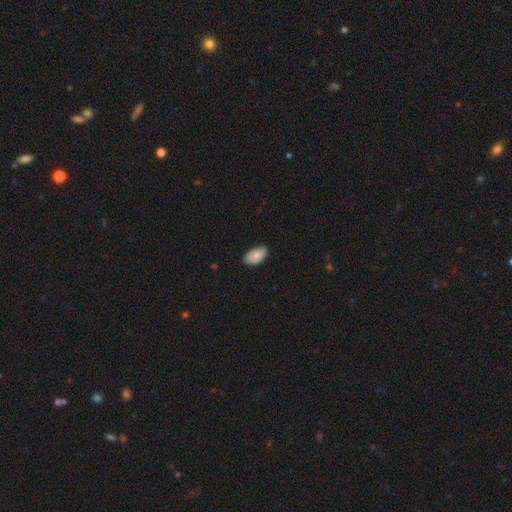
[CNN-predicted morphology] smooth 88%, star or artifact 6%, featured or disk 6%. Down the decision tree: how rounded — in between (96%); merging — none (83%).